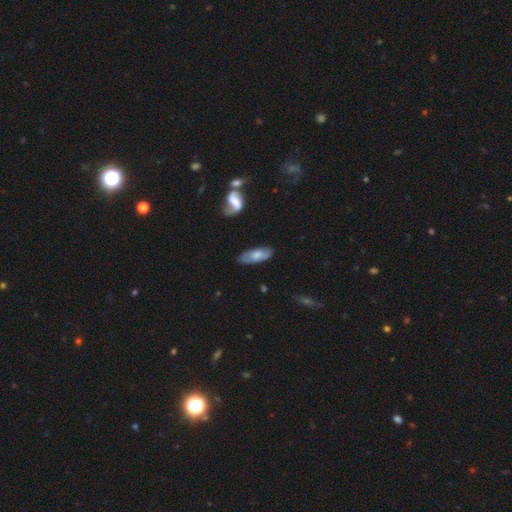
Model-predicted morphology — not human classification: type=smooth (58%); roundness=in between (78%); merging=none (77%).